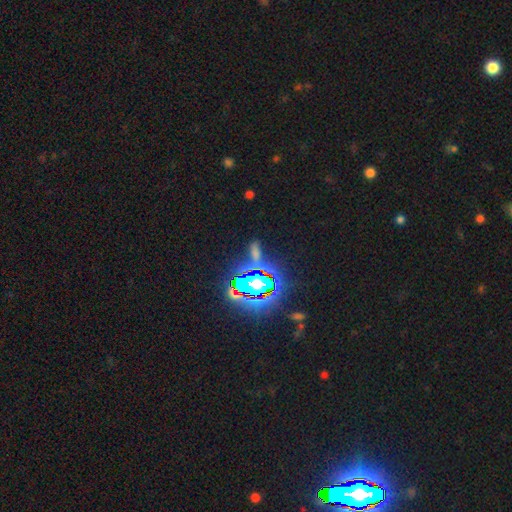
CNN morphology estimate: Smooth or featured?
  - star or artifact: 63% *
  - smooth: 22%
  - featured or disk: 15%